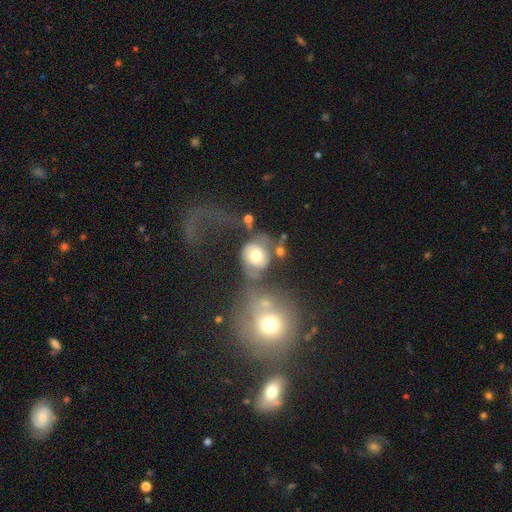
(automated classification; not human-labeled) Q: Smooth or featured?
A: smooth (47%); runner-up: featured or disk (43%)
Q: Merging?
A: merger (37%); runner-up: major disturbance (30%)